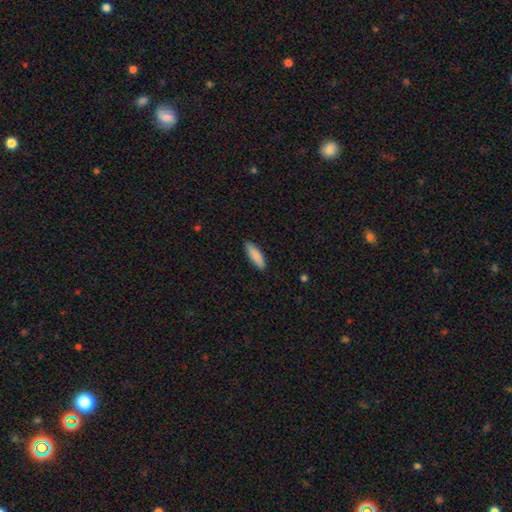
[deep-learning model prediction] This appears to be a smooth galaxy with no disk features (88%) that is in between round and cigar-shaped (53%). Merging: none (87%).